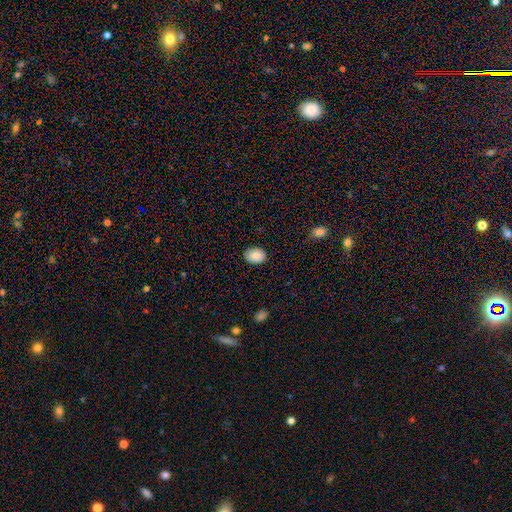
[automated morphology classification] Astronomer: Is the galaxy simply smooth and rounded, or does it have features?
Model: smooth — 86%.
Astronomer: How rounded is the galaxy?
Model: in between — 74%.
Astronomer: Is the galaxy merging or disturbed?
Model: none — 87%.